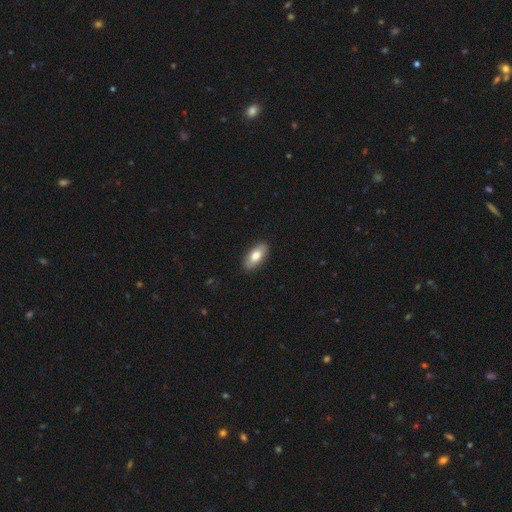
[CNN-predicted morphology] Overall: smooth (77%). How rounded: in between (91%). Merging: none (89%).